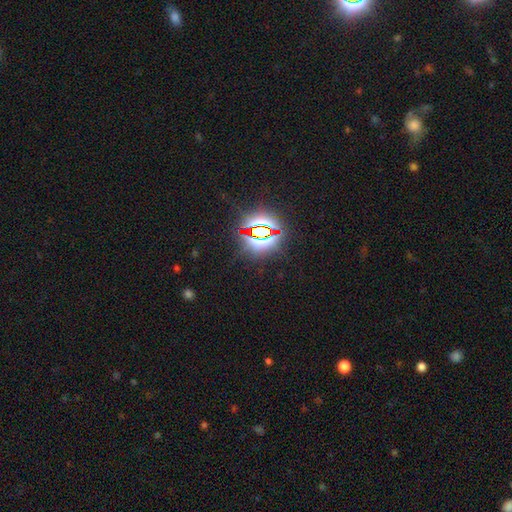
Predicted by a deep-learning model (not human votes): This is clearly a star or artifact rather than a galaxy (82%).